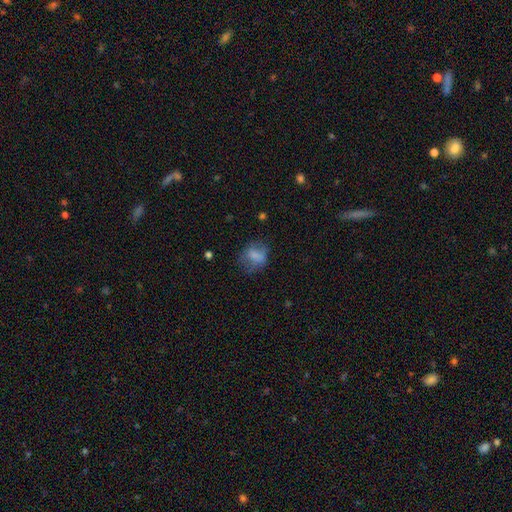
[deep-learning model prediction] Smooth or featured?
  - smooth: 70% *
  - featured or disk: 19%
  - star or artifact: 11%
How rounded?
  - in between: 50% *
  - round: 48%
  - cigar-shaped: 2%
Merging?
  - none: 53% *
  - minor disturbance: 26%
  - major disturbance: 19%
  - merger: 2%